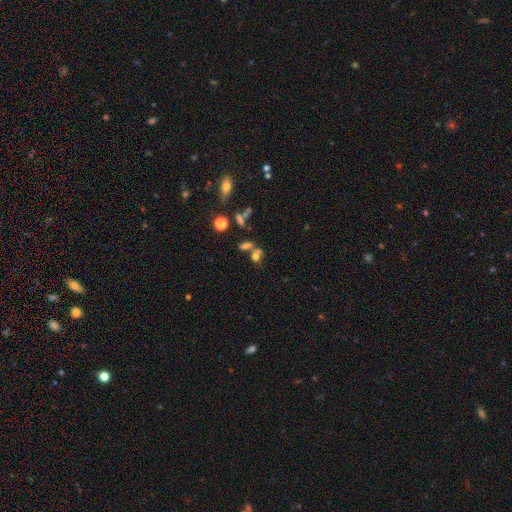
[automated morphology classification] The model was most divided on "merging": merger: 47%, none: 36%, minor disturbance: 10%, major disturbance: 7%. More confident: smooth or featured — smooth (62%); how rounded — in between (58%).